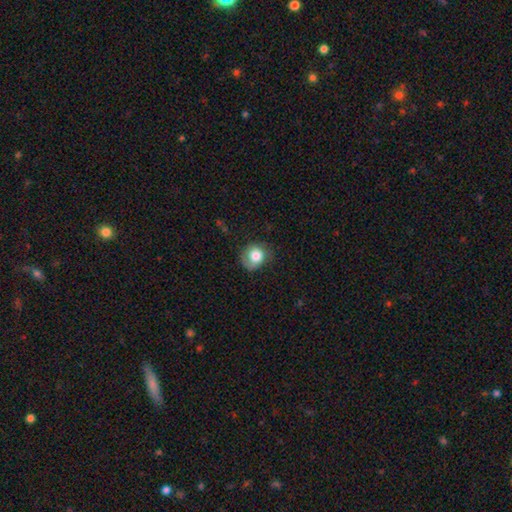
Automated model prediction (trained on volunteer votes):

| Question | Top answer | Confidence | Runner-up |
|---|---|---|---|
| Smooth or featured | smooth | 72% | featured or disk (19%) |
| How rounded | round | 70% | in between (29%) |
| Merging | none | 59% | minor disturbance (27%) |